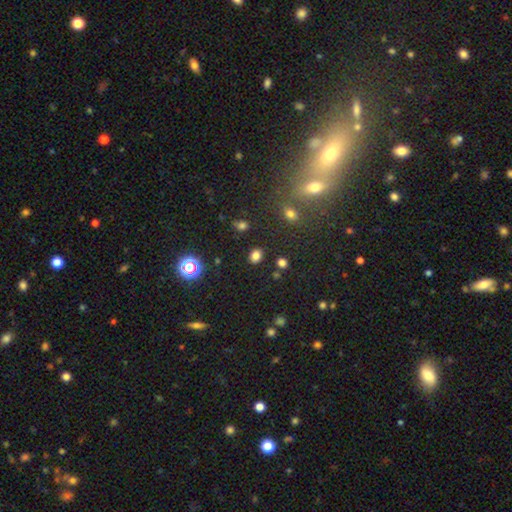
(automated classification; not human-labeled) smooth 77%, star or artifact 17%, featured or disk 5%. Down the decision tree: how rounded — in between (53%); merging — none (85%).